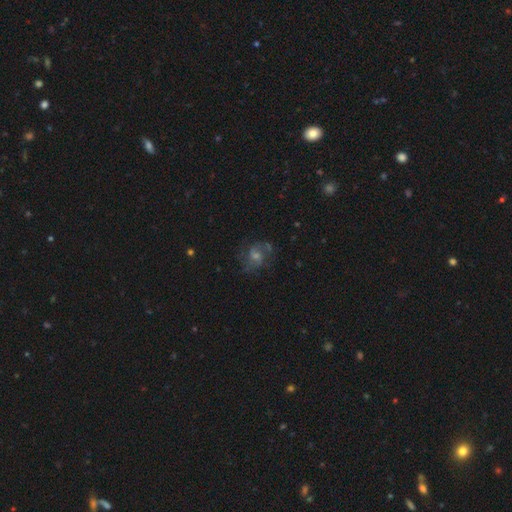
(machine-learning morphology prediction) Smooth or featured? Predicted: featured or disk (p=0.58). Edge-on disk? Predicted: no (p=0.97). Bar? Predicted: no (p=0.56). Spiral arms? Predicted: yes (p=0.84). Bulge size? Predicted: moderate (p=0.46). Merging? Predicted: none (p=0.69).